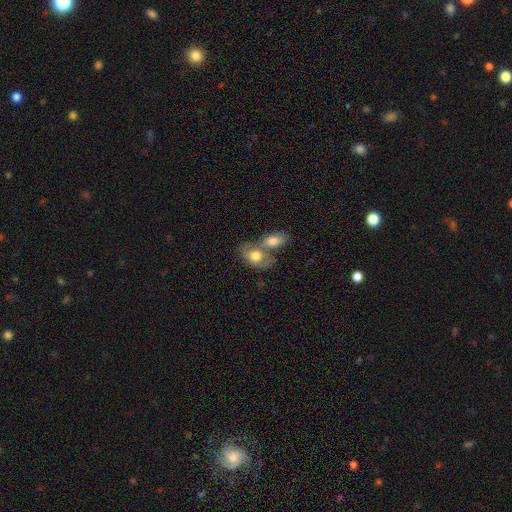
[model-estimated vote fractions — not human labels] Overall: smooth (66%; featured or disk 27%). How rounded: in between (80%). Merging: merger (63%).